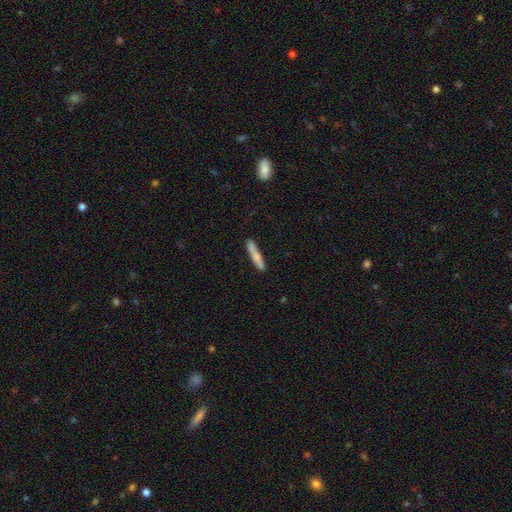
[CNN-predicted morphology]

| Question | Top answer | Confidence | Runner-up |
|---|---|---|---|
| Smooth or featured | smooth | 74% | featured or disk (20%) |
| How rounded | cigar-shaped | 92% | in between (7%) |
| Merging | none | 83% | minor disturbance (12%) |